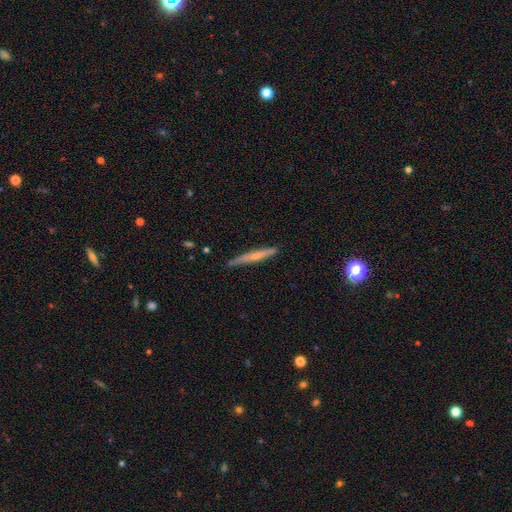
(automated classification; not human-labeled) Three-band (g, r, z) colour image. It shows a featured or disk galaxy (55%) viewed edge-on (96%) with a rounded central bulge (60%). Merging: none (86%).